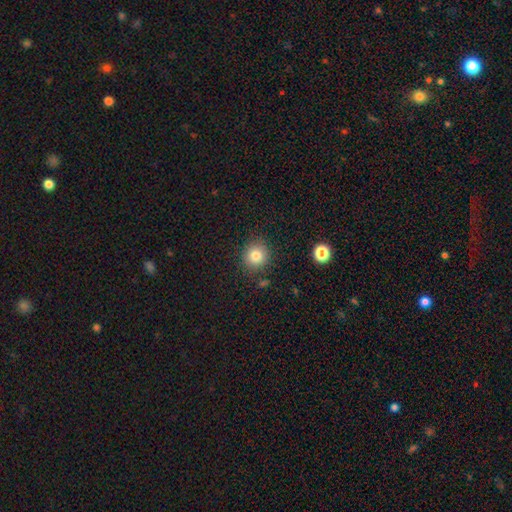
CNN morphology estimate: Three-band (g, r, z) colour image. It shows a smooth galaxy with no disk features (82%) that is round (90%). Merging: none (87%).